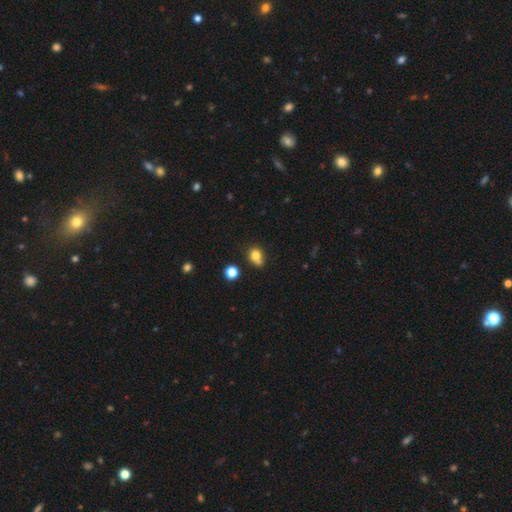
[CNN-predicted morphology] Q: Smooth or featured?
A: smooth (78%); runner-up: star or artifact (13%)
Q: How rounded?
A: round (69%); runner-up: in between (30%)
Q: Merging?
A: none (54%); runner-up: merger (23%)